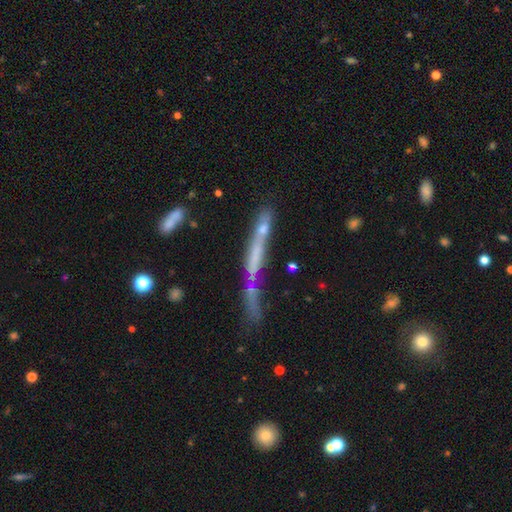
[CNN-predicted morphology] Smooth or featured? featured or disk (52%)
Edge-on disk? yes (76%)
Merging? none (41%)